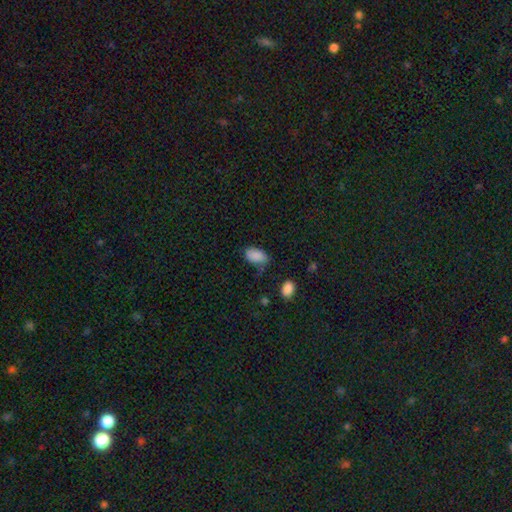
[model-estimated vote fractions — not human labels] Q: Smooth or featured?
A: smooth (87%); runner-up: star or artifact (8%)
Q: How rounded?
A: in between (92%); runner-up: round (6%)
Q: Merging?
A: none (60%); runner-up: minor disturbance (29%)